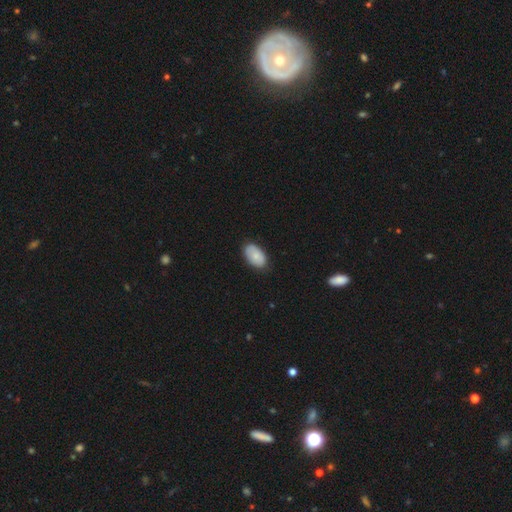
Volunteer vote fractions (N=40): A smooth galaxy with no disk features (65%) that is in between round and cigar-shaped (100%). Merging: none (89%).